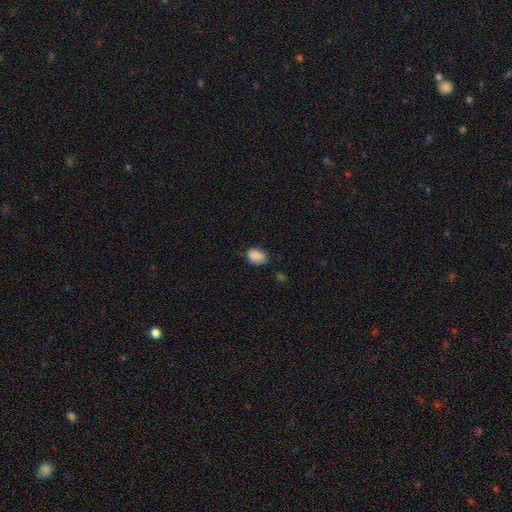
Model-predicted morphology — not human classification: Overall: smooth (87%). How rounded: in between (79%). Merging: none (65%; minor disturbance 28%).